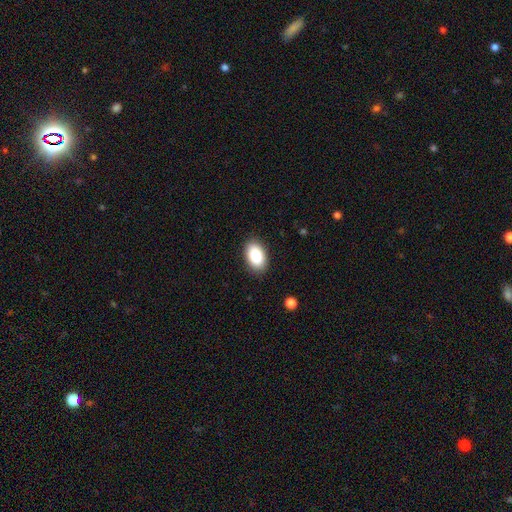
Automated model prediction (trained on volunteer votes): Morphology: type=smooth (88%); roundness=in between (93%); merging=none (88%).